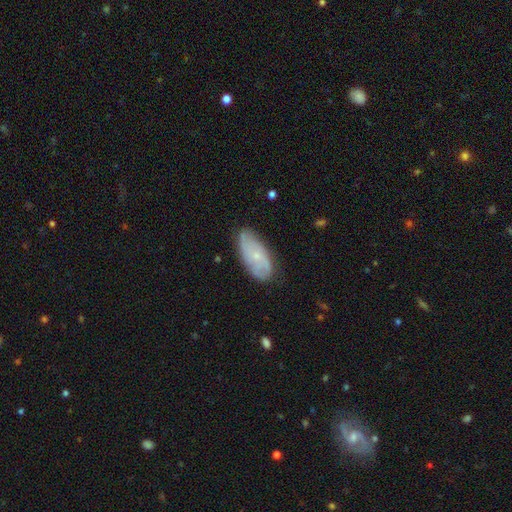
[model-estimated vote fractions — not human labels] smooth_or_featured: featured or disk (p=0.57) [alt: smooth p=0.36]
disk_edge_on: no (p=0.92) [alt: yes p=0.08]
bar: no (p=0.81) [alt: weak p=0.16]
has_spiral_arms: yes (p=0.78) [alt: no p=0.22]
bulge_size: small (p=0.77) [alt: moderate p=0.18]
merging: none (p=0.69) [alt: minor disturbance p=0.24]